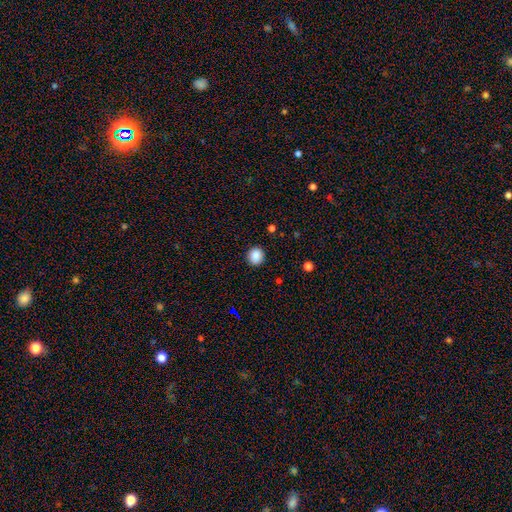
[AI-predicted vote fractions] Q: Smooth or featured?
A: smooth (87%); runner-up: star or artifact (9%)
Q: How rounded?
A: round (85%); runner-up: in between (14%)
Q: Merging?
A: none (91%); runner-up: minor disturbance (6%)